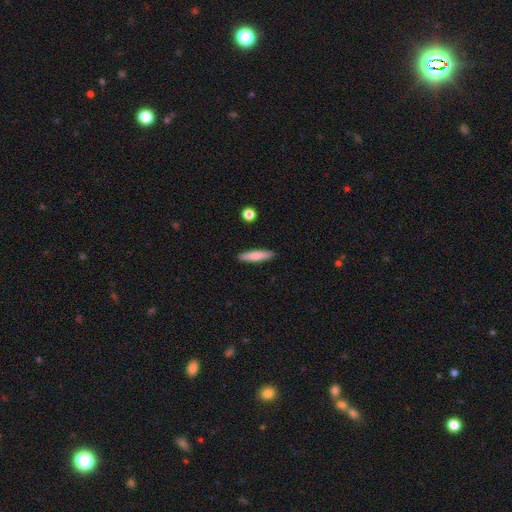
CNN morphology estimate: smooth-or-featured: smooth: 79% | featured or disk: 15% | star or artifact: 6%
  how-rounded: cigar-shaped: 83% | in between: 15% | round: 2%
  merging: none: 90% | minor disturbance: 7% | major disturbance: 2% | merger: 1%